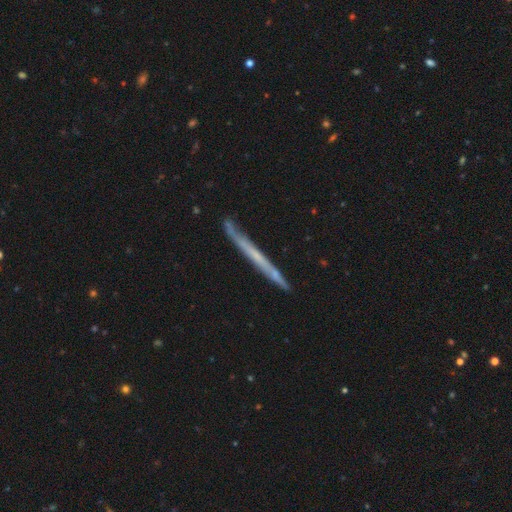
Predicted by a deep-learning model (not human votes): smooth_or_featured: featured or disk (p=0.59) [alt: smooth p=0.35]
disk_edge_on: yes (p=0.94) [alt: no p=0.06]
edge_on_bulge: none (p=0.88) [alt: rounded p=0.08]
merging: none (p=0.83) [alt: minor disturbance p=0.13]